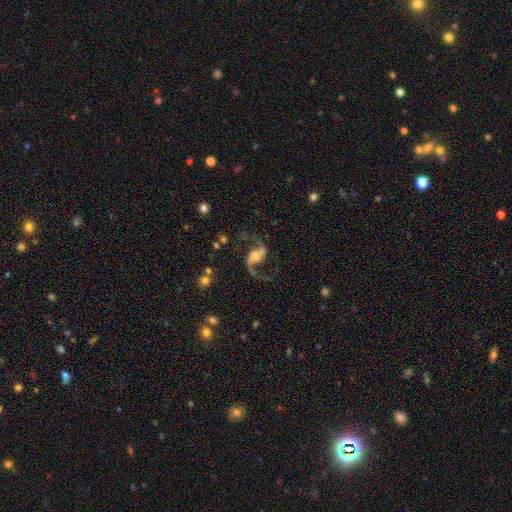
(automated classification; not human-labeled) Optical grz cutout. It shows a featured or disk galaxy (88%) with a weak bar (39%), 2 (92%) loose (75%) spiral arms (96%) and a moderate central bulge (48%). Merging: none (69%).